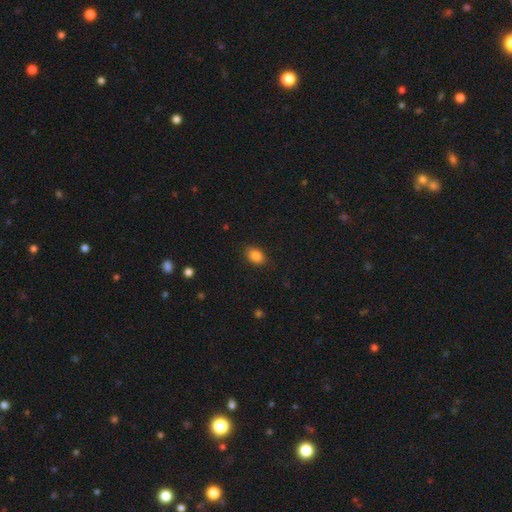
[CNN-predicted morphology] Smooth or featured? Predicted: smooth (p=0.86). How rounded? Predicted: in between (p=0.80). Merging? Predicted: none (p=0.85).